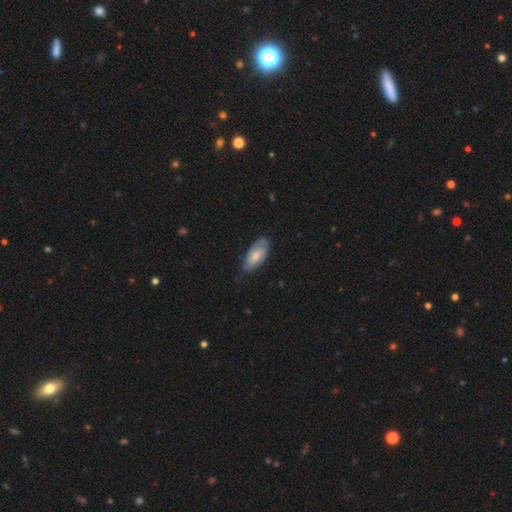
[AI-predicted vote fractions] Smooth or featured?
  - smooth: 60% *
  - featured or disk: 34%
  - star or artifact: 6%
How rounded?
  - in between: 89% *
  - cigar-shaped: 8%
  - round: 2%
Merging?
  - none: 71% *
  - minor disturbance: 24%
  - major disturbance: 4%
  - merger: 1%